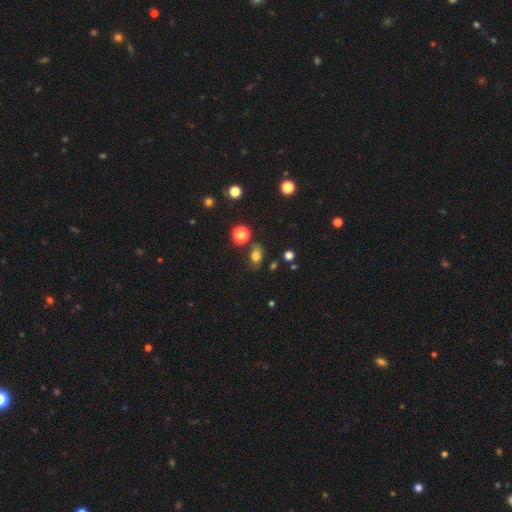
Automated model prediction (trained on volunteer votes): smooth_or_featured: smooth (p=0.77) [alt: star or artifact p=0.16]
how_rounded: in between (p=0.72) [alt: round p=0.25]
merging: none (p=0.74) [alt: minor disturbance p=0.16]